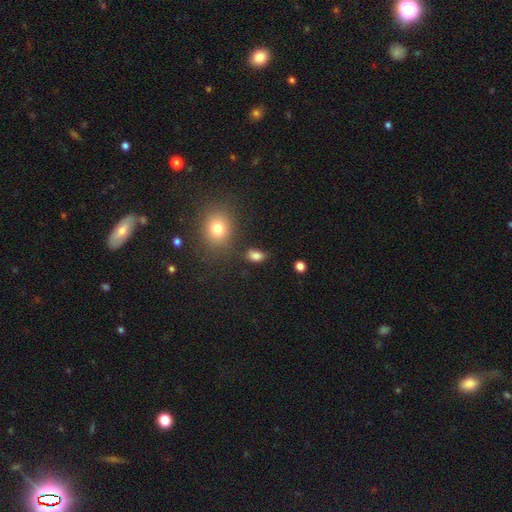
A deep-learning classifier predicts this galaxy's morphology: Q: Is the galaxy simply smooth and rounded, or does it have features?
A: smooth — 82%.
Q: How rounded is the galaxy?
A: in between — 83%.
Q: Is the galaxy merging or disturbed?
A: none — 77%.